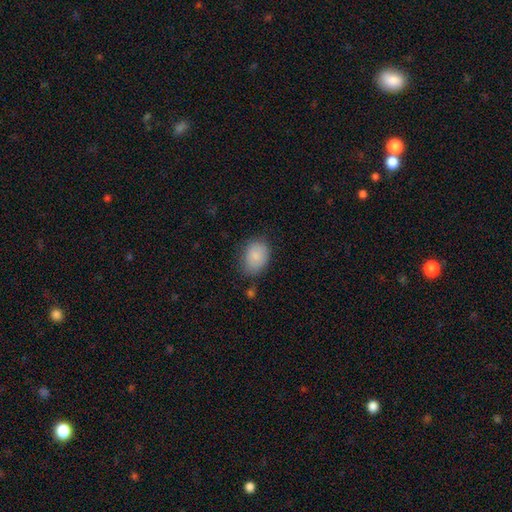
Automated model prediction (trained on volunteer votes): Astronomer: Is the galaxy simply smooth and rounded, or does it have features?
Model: smooth — 86%.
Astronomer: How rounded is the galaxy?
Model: in between — 71%.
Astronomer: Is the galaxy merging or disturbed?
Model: none — 70%.